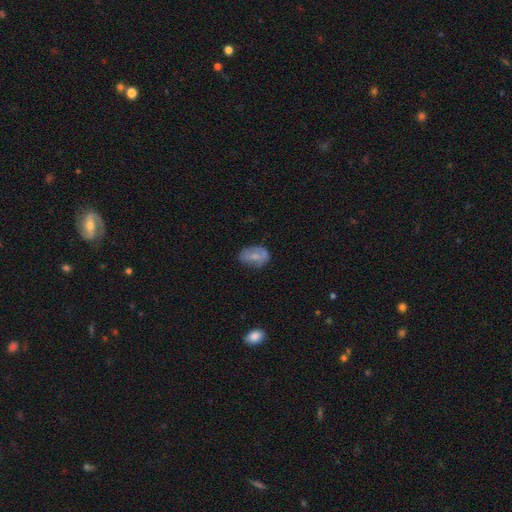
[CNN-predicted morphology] Overall: smooth (64%; featured or disk 28%). How rounded: in between (84%). Merging: none (54%; minor disturbance 31%).